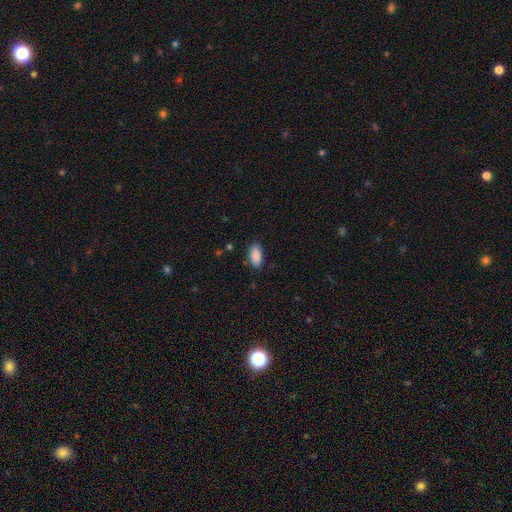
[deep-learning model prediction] Smooth or featured? Predicted: smooth (p=0.88). How rounded? Predicted: in between (p=0.91). Merging? Predicted: none (p=0.83).